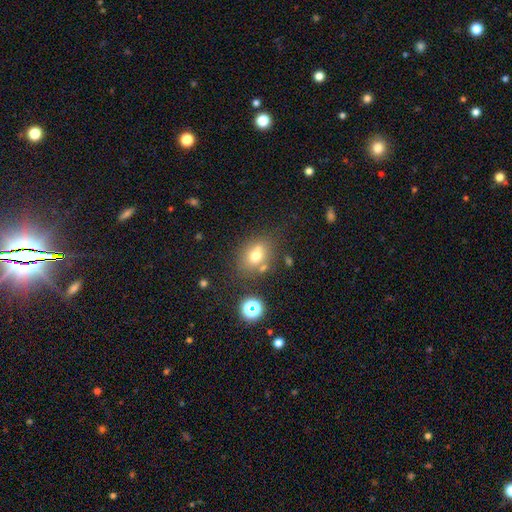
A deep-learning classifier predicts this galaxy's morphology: The model was most divided on "how rounded": in between: 51%, round: 47%, cigar-shaped: 2%. More confident: smooth or featured — smooth (67%); merging — none (64%).